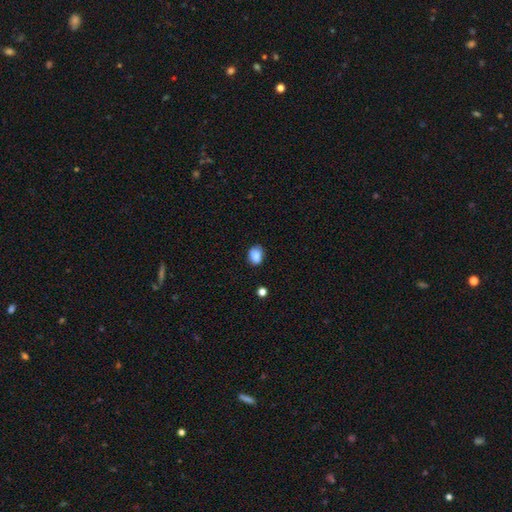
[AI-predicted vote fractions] This appears to be a smooth galaxy with no disk features (85%) that is in between round and cigar-shaped (53%). Merging: none (76%).